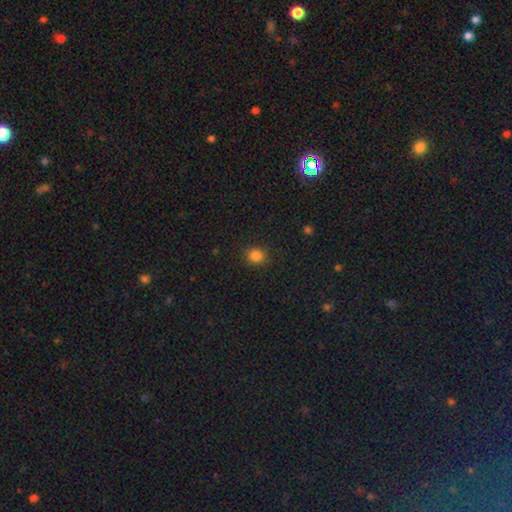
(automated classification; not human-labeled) Smooth or featured?
  - smooth: 84% *
  - star or artifact: 13%
  - featured or disk: 4%
How rounded?
  - round: 78% *
  - in between: 21%
  - cigar-shaped: 1%
Merging?
  - none: 88% *
  - minor disturbance: 8%
  - major disturbance: 2%
  - merger: 1%